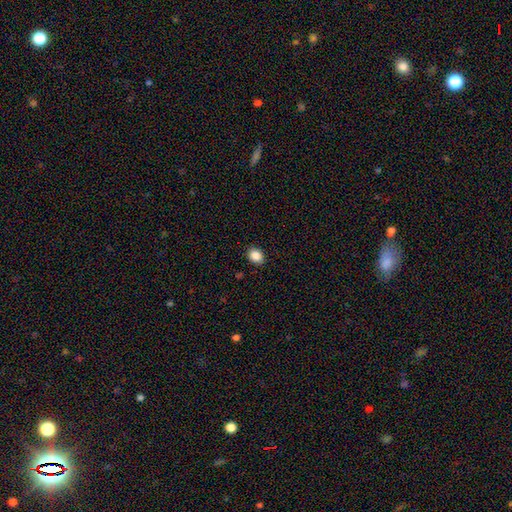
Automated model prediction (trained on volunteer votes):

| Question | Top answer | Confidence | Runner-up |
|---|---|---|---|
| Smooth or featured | smooth | 87% | star or artifact (9%) |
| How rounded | in between | 53% | round (46%) |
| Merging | none | 90% | minor disturbance (7%) |